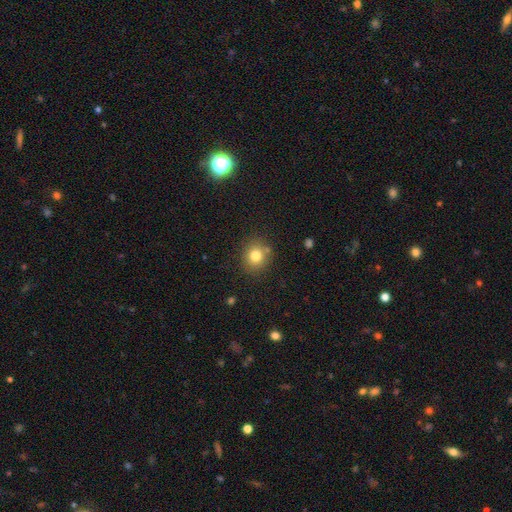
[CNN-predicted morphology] smooth_or_featured: smooth (p=0.79) [alt: star or artifact p=0.12]
how_rounded: round (p=0.79) [alt: in between p=0.20]
merging: none (p=0.80) [alt: minor disturbance p=0.11]